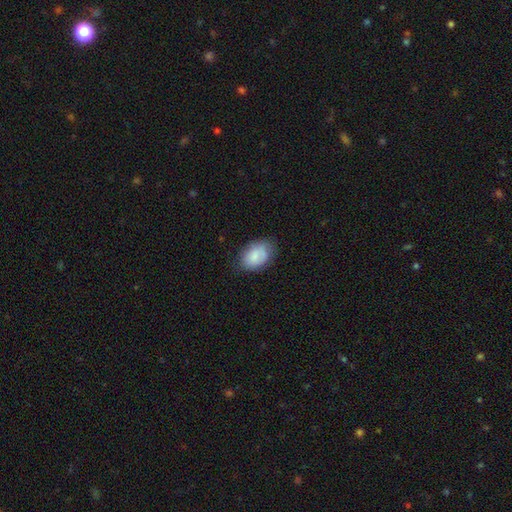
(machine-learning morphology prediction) Overall: smooth (81%). How rounded: in between (85%). Merging: none (71%).